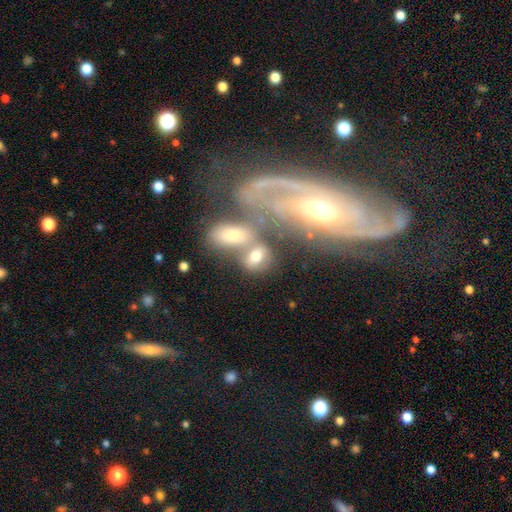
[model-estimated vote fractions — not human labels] Smooth or featured: smooth — 64% (featured or disk — 24%)
How rounded: in between — 70% (round — 25%)
Merging: none — 40% (merger — 38%)